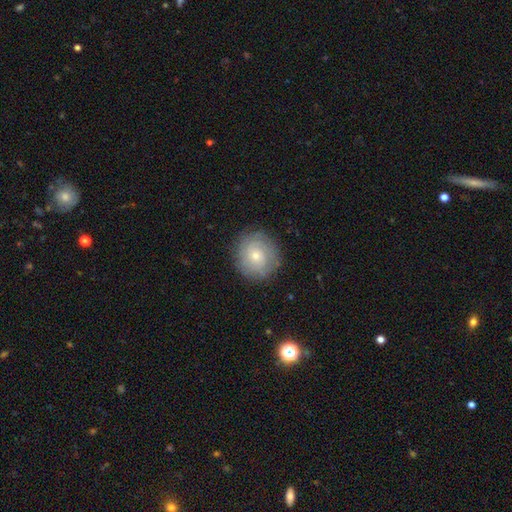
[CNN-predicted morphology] Smooth or featured: featured or disk — 58% (smooth — 34%)
Edge-on disk: no — 98% (yes — 2%)
Bar: no — 81% (weak — 17%)
Spiral arms: yes — 85% (no — 15%)
Bulge size: small — 63% (moderate — 32%)
Merging: none — 85% (minor disturbance — 10%)